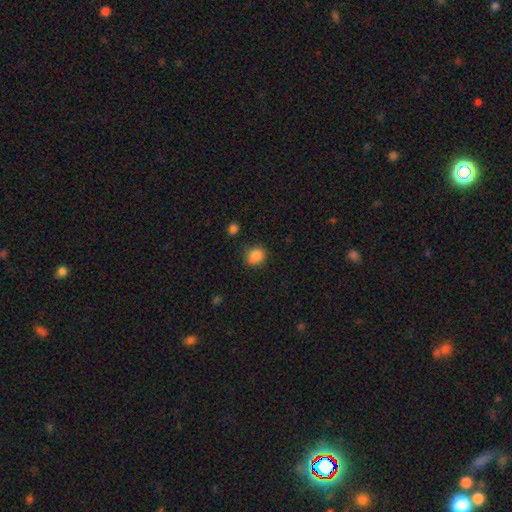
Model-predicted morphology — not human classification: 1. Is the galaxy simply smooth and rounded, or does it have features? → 87% smooth, 10% star or artifact, 3% featured or disk.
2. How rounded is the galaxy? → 74% round, 25% in between, 1% cigar-shaped.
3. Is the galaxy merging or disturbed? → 80% none, 14% minor disturbance, 4% major disturbance, 2% merger.